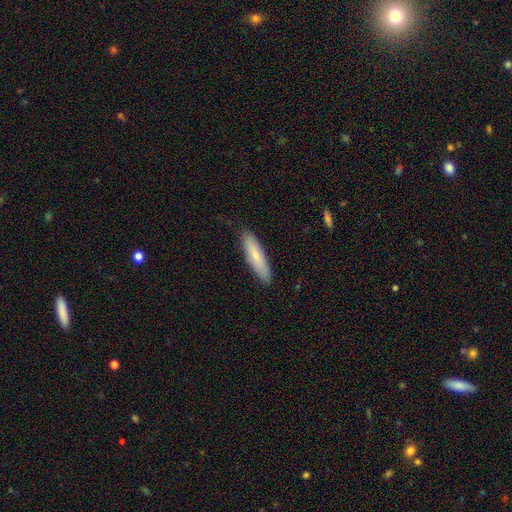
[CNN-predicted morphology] type=smooth (75%); roundness=cigar-shaped (76%); merging=none (86%).